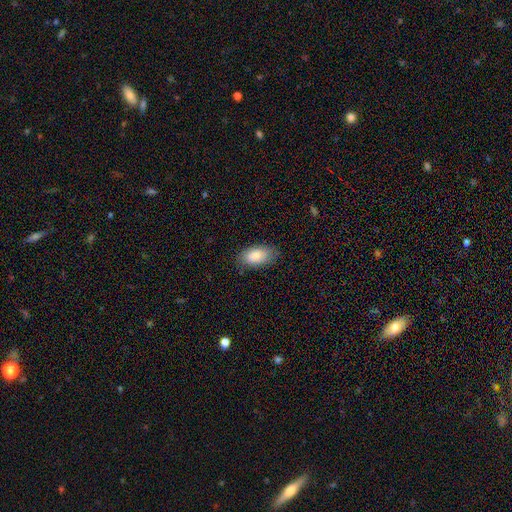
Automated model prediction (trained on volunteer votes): smooth_or_featured: smooth (p=0.86) [alt: featured or disk p=0.07]
how_rounded: in between (p=0.93) [alt: round p=0.03]
merging: none (p=0.79) [alt: minor disturbance p=0.16]